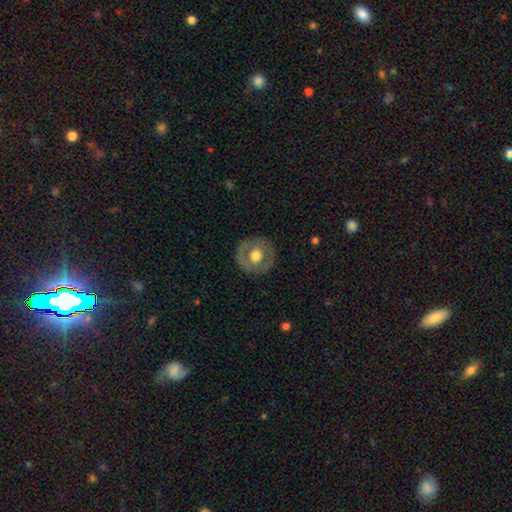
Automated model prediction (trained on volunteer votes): smooth_or_featured: smooth (p=0.50) [alt: featured or disk p=0.44]
merging: none (p=0.85) [alt: minor disturbance p=0.10]